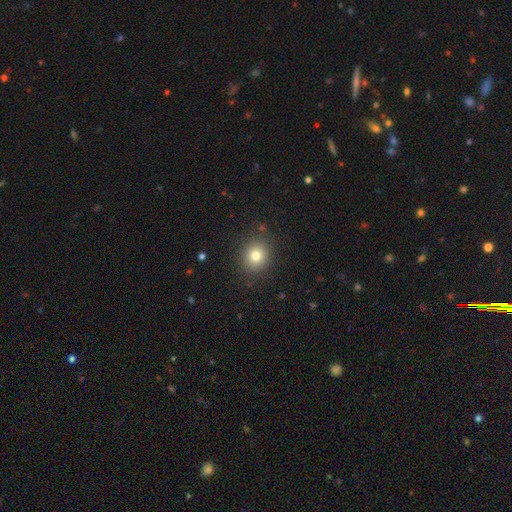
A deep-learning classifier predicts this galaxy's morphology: Smooth or featured: smooth — 78% (star or artifact — 13%)
How rounded: round — 80% (in between — 19%)
Merging: none — 87% (minor disturbance — 8%)